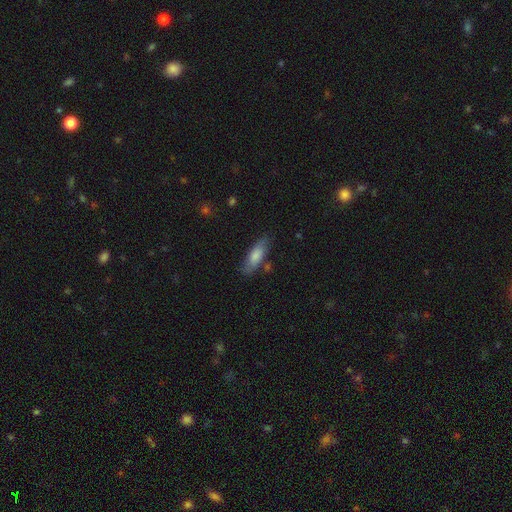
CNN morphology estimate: A smooth galaxy with no disk features (73%) that is in between round and cigar-shaped (58%). Merging: none (75%).